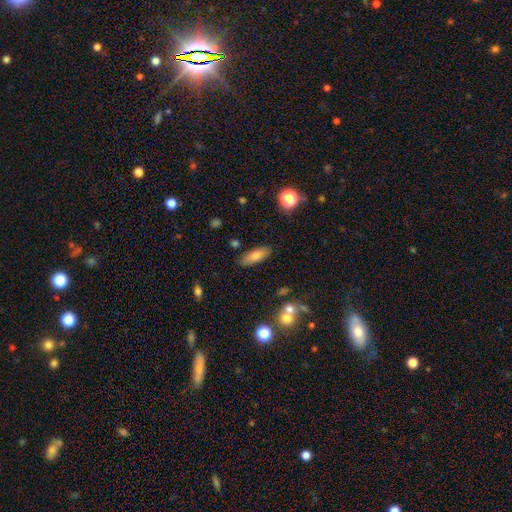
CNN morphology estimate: Smooth or featured? smooth (76%)
How rounded? in between (65%)
Merging? none (83%)